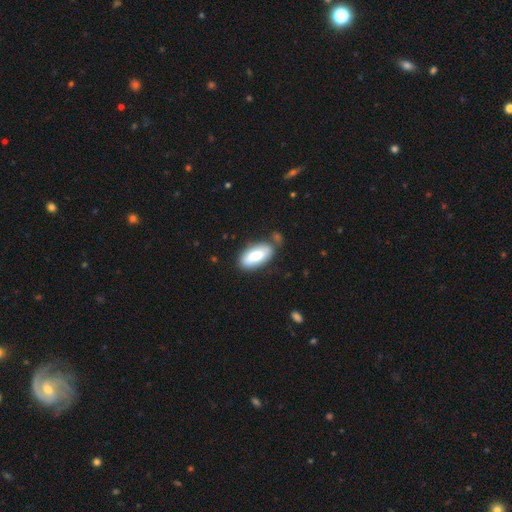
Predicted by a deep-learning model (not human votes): A smooth galaxy with no disk features (76%) that is in between round and cigar-shaped (89%).

Vote fractions:
- Smooth or featured? smooth: 76% / featured or disk: 18% / star or artifact: 6%
- How rounded? in between: 89% / cigar-shaped: 8% / round: 2%
- Merging? none: 71% / minor disturbance: 16% / merger: 8% / major disturbance: 5%